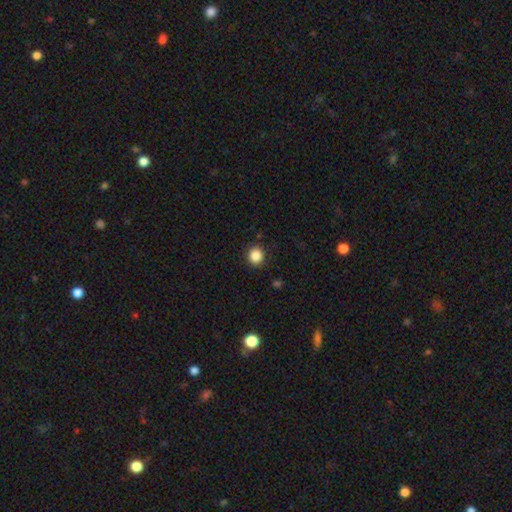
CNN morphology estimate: Smooth or featured? Predicted: smooth (p=0.86). How rounded? Predicted: round (p=0.88). Merging? Predicted: none (p=0.90).